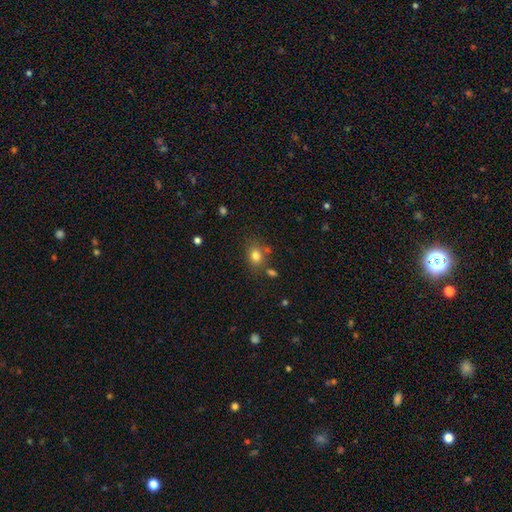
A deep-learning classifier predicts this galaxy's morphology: Smooth or featured? smooth (80%)
How rounded? in between (54%)
Merging? none (71%)